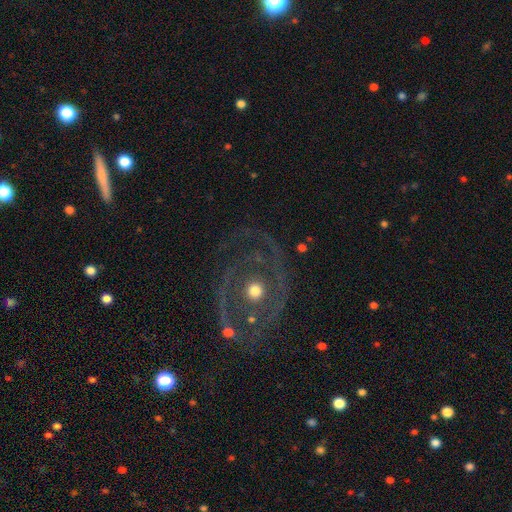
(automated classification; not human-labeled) Smooth or featured? Predicted: featured or disk (p=0.79). Edge-on disk? Predicted: no (p=0.95). Bar? Predicted: no (p=0.68). Spiral arms? Predicted: yes (p=0.70). Spiral winding? Predicted: tight (p=0.49). Spiral arm count? Predicted: 2 (p=0.59). Bulge size? Predicted: moderate (p=0.65). Merging? Predicted: none (p=0.75).